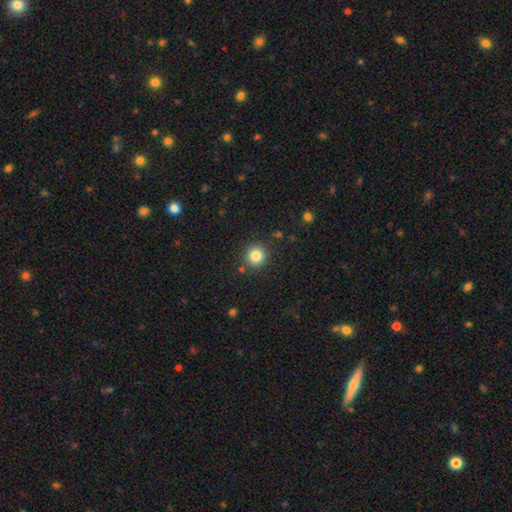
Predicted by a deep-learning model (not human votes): This is clearly a smooth galaxy (83%). How rounded: clearly round (94%). Merging: clearly none (88%).